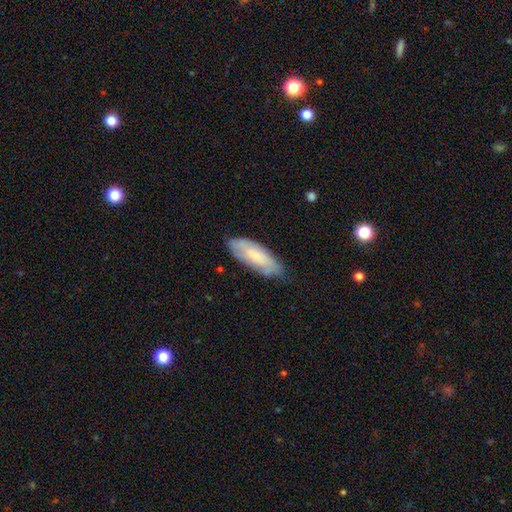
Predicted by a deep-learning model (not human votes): This is possibly a smooth galaxy (55%). How rounded: likely in between (69%). Merging: likely none (72%).